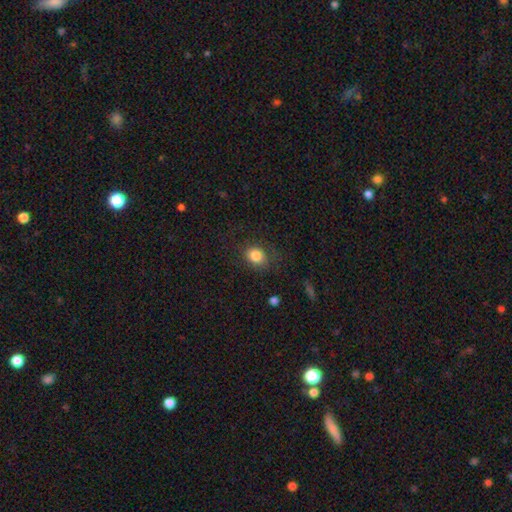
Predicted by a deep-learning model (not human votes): Smooth or featured: smooth — 83% (star or artifact — 10%)
How rounded: round — 57% (in between — 42%)
Merging: none — 74% (minor disturbance — 17%)